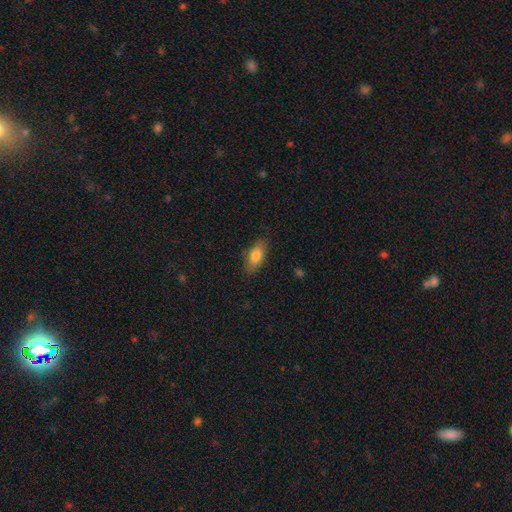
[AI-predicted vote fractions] This appears to be a smooth galaxy with no disk features (78%) that is in between round and cigar-shaped (84%). Merging: none (83%).